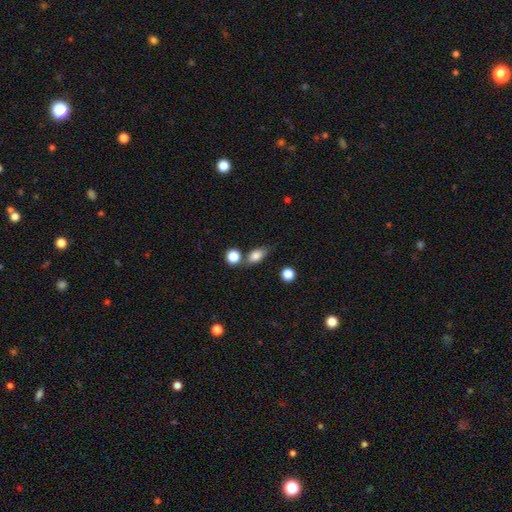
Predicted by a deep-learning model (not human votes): Morphology: type=smooth (81%); roundness=in between (75%); merging=none (63%).